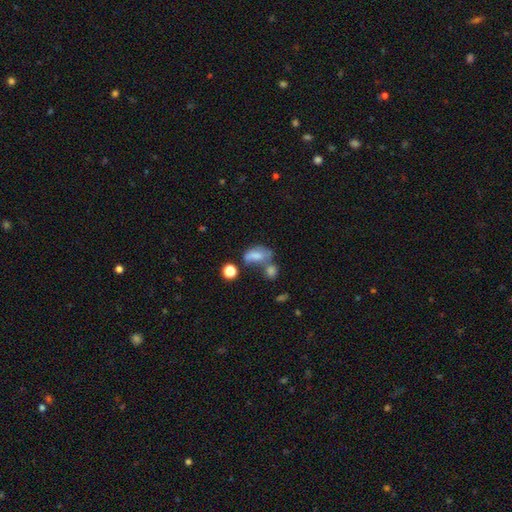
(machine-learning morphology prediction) Smooth or featured? smooth (65%)
How rounded? in between (84%)
Merging? merger (36%)